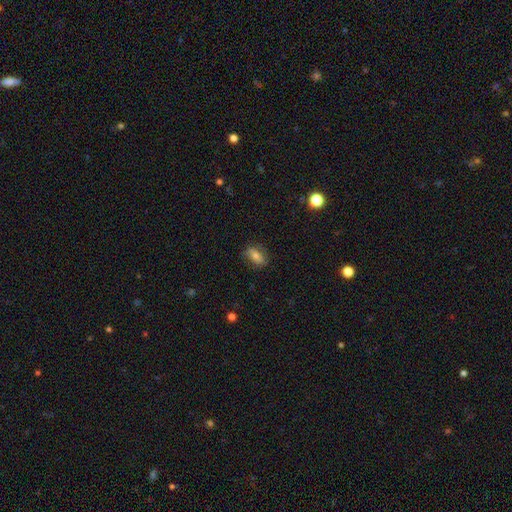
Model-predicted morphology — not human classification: The model was most divided on "smooth or featured": smooth: 66%, featured or disk: 24%, star or artifact: 10%. More confident: how rounded — in between (84%); merging — none (75%).